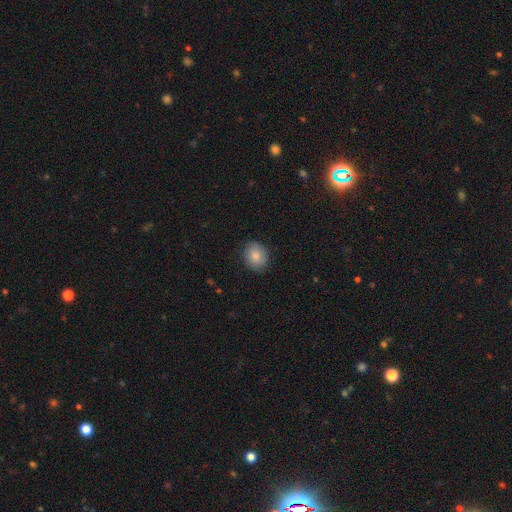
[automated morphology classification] smooth 75%, featured or disk 17%, star or artifact 8%. Down the decision tree: how rounded — round (58%); merging — none (82%).